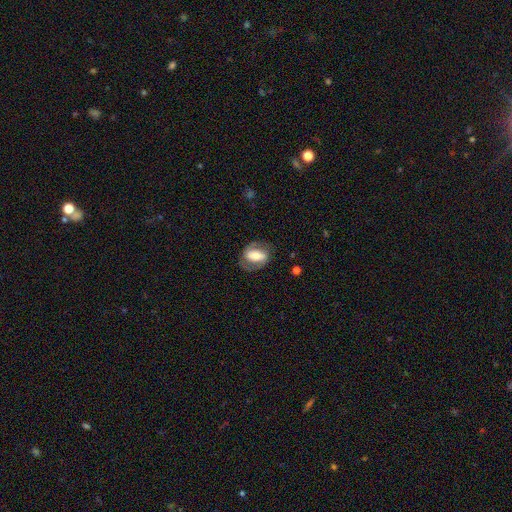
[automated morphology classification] A featured or disk galaxy (64%) with a strong bar (52%), spiral arms (77%) and a moderate central bulge (48%). Merging: none (74%).